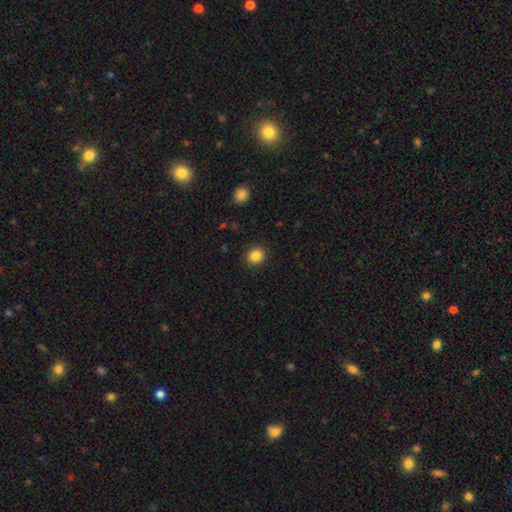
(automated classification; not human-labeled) Morphology: type=smooth (86%); roundness=round (87%); merging=none (90%).